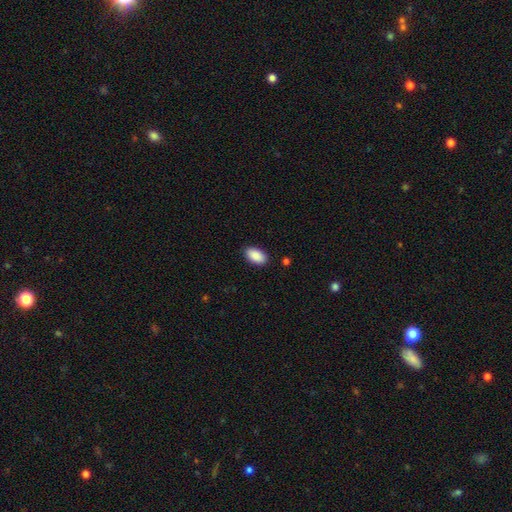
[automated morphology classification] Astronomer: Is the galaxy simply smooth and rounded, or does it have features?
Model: smooth — 90%.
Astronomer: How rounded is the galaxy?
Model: in between — 95%.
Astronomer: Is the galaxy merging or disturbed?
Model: none — 88%.